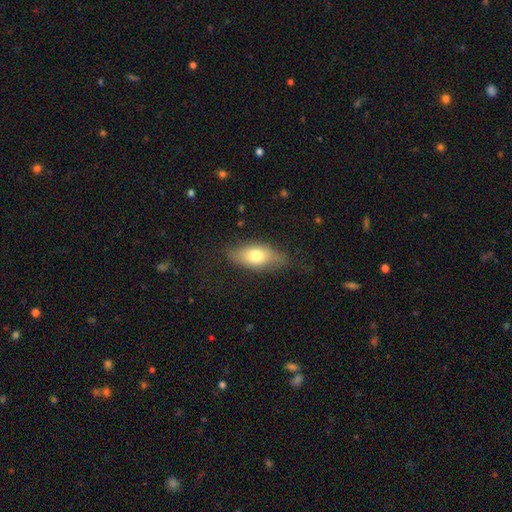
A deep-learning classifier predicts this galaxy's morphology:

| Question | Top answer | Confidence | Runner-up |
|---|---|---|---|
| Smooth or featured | smooth | 71% | featured or disk (21%) |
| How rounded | in between | 84% | cigar-shaped (10%) |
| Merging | none | 70% | minor disturbance (21%) |